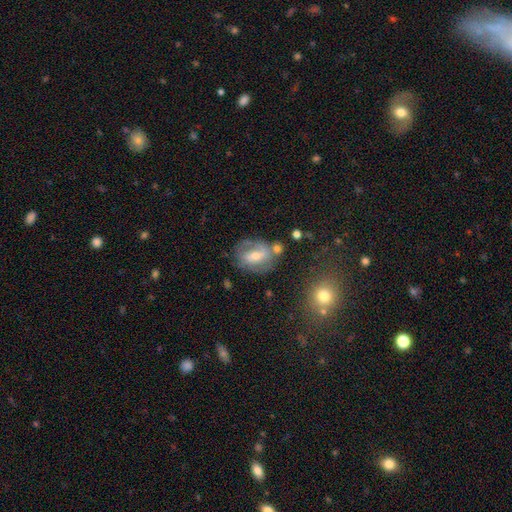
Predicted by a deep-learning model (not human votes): Morphology: type=featured or disk (56%); edge-on=no (94%); bar=weak (43%); spiral arms=yes (65%); bulge=moderate (55%); merging=none (52%).